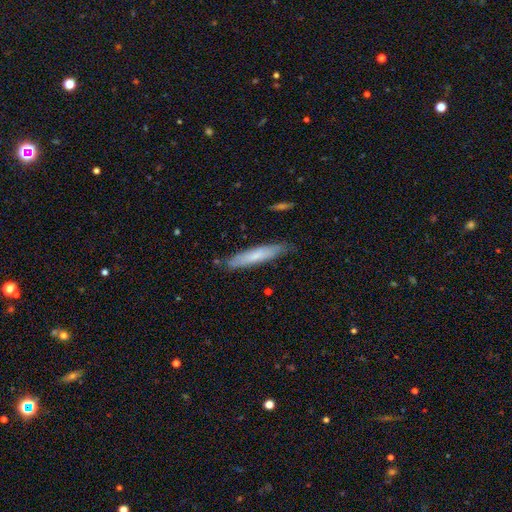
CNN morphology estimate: The model was most divided on "smooth or featured": smooth: 65%, featured or disk: 29%, star or artifact: 6%. More confident: how rounded — cigar-shaped (90%); merging — none (81%).